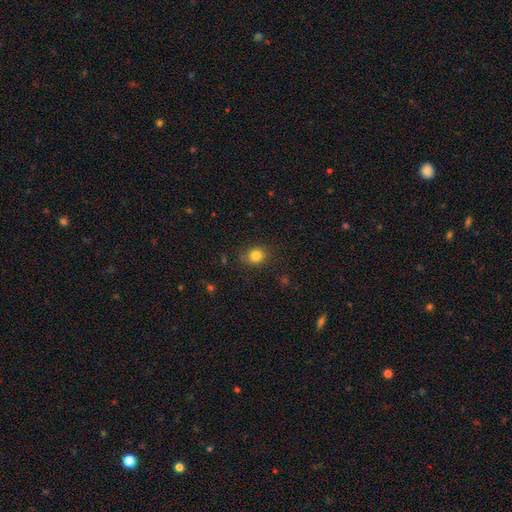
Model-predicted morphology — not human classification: Smooth or featured?
  - smooth: 83% *
  - star or artifact: 11%
  - featured or disk: 6%
How rounded?
  - round: 70% *
  - in between: 29%
  - cigar-shaped: 1%
Merging?
  - none: 83% *
  - minor disturbance: 12%
  - major disturbance: 4%
  - merger: 1%